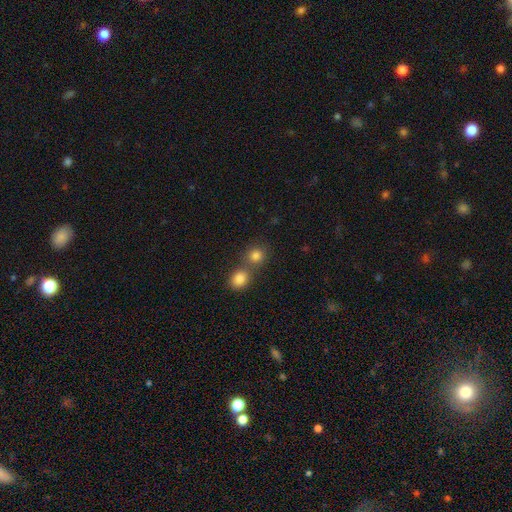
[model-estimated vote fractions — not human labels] This is clearly a smooth galaxy (81%). How rounded: clearly round (84%). Merging: possibly none (51%).